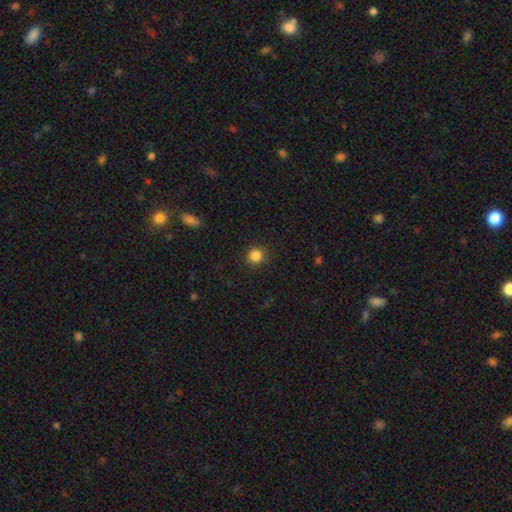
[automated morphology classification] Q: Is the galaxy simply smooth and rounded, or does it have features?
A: smooth — 85%.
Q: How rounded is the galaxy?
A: round — 93%.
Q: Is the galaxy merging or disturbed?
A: none — 90%.